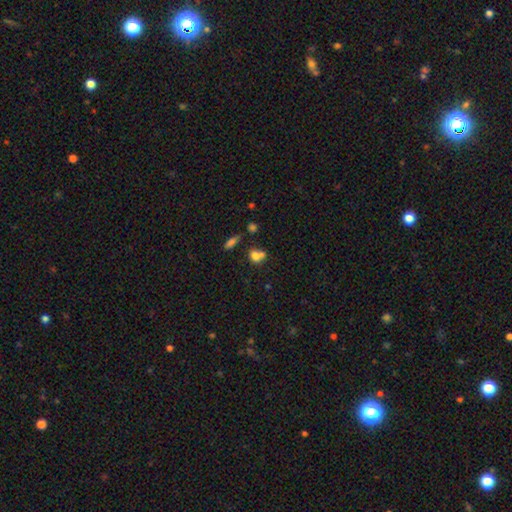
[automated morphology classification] Smooth or featured? Predicted: smooth (p=0.75). How rounded? Predicted: round (p=0.59). Merging? Predicted: merger (p=0.46).